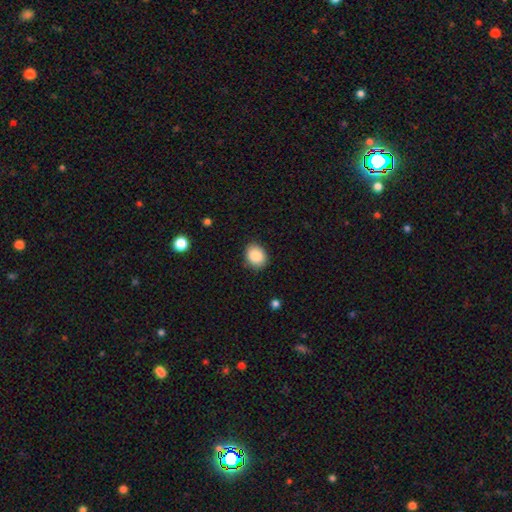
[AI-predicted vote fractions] Q: Smooth or featured?
A: smooth (88%); runner-up: star or artifact (8%)
Q: How rounded?
A: round (51%); runner-up: in between (48%)
Q: Merging?
A: none (86%); runner-up: minor disturbance (10%)